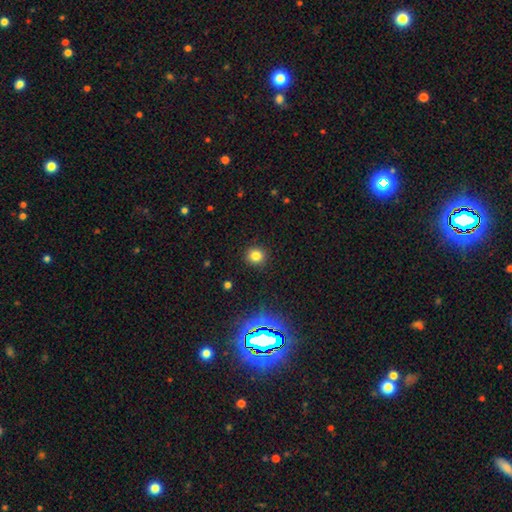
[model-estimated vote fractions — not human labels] This is likely a smooth galaxy (80%). How rounded: clearly round (91%). Merging: clearly none (92%).